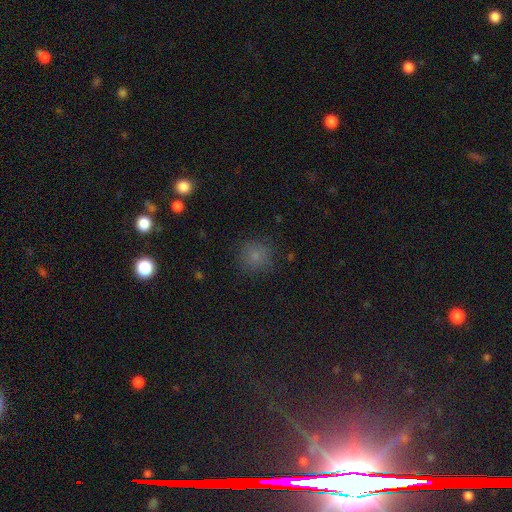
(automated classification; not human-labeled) Q: Smooth or featured?
A: smooth (78%); runner-up: star or artifact (16%)
Q: How rounded?
A: round (91%); runner-up: in between (8%)
Q: Merging?
A: none (84%); runner-up: minor disturbance (11%)